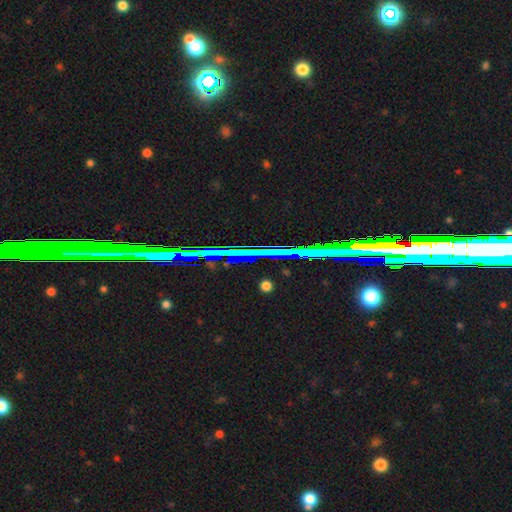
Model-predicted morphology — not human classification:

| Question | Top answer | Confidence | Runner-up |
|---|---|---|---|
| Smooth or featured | star or artifact | 79% | featured or disk (12%) |